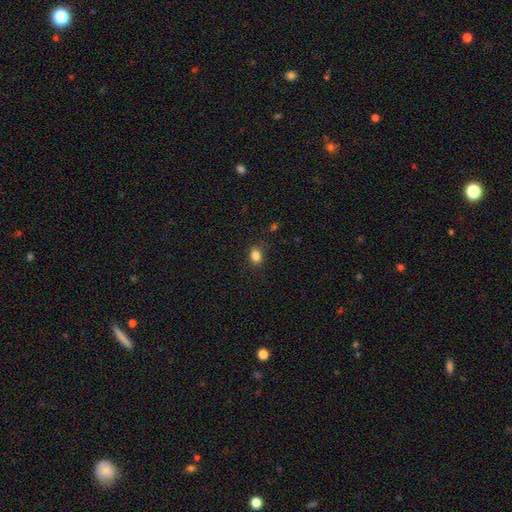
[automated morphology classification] smooth 84%, star or artifact 11%, featured or disk 5%. Down the decision tree: how rounded — in between (63%); merging — none (84%).